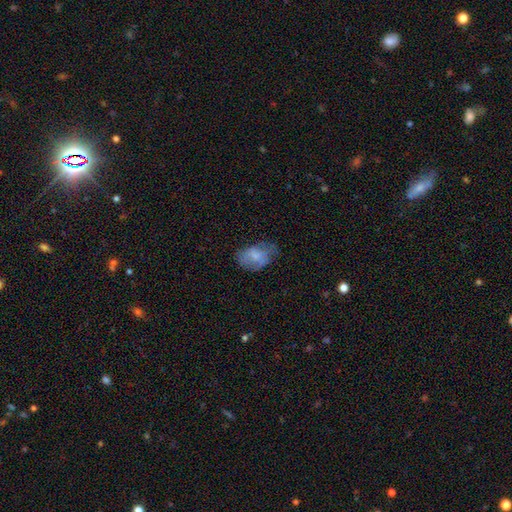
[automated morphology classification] This is likely a smooth galaxy (67%). How rounded: clearly in between (85%). Merging: possibly none (51%).